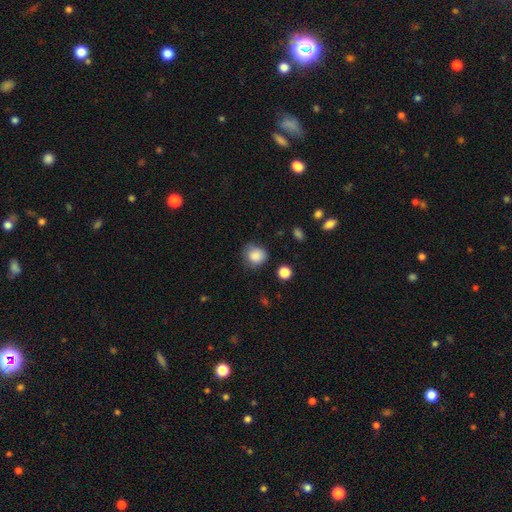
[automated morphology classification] The model was most divided on "merging": none: 67%, minor disturbance: 24%, major disturbance: 6%, merger: 2%. More confident: smooth or featured — smooth (86%); how rounded — round (79%).